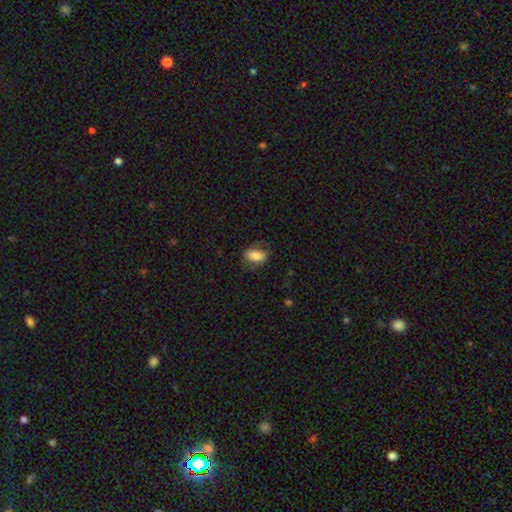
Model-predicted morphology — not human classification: This appears to be a smooth galaxy with no disk features (77%) that is in between round and cigar-shaped (87%). Merging: none (72%).